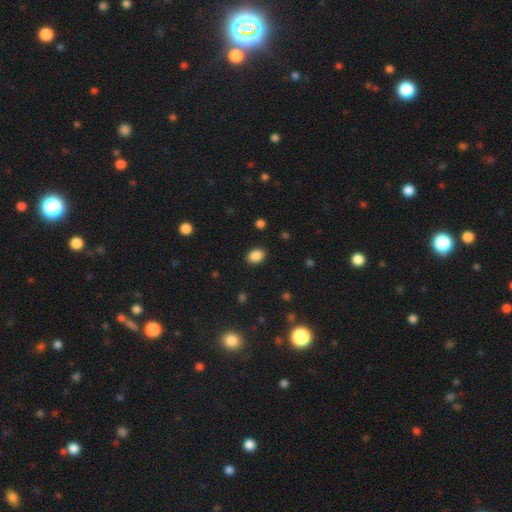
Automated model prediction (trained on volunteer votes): smooth 87%, star or artifact 9%, featured or disk 4%. Down the decision tree: how rounded — in between (72%); merging — none (89%).